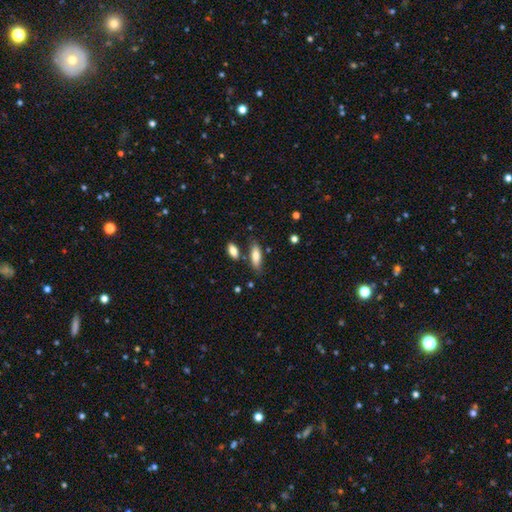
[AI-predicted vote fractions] Smooth or featured? Predicted: smooth (p=0.77). How rounded? Predicted: in between (p=0.65). Merging? Predicted: none (p=0.73).